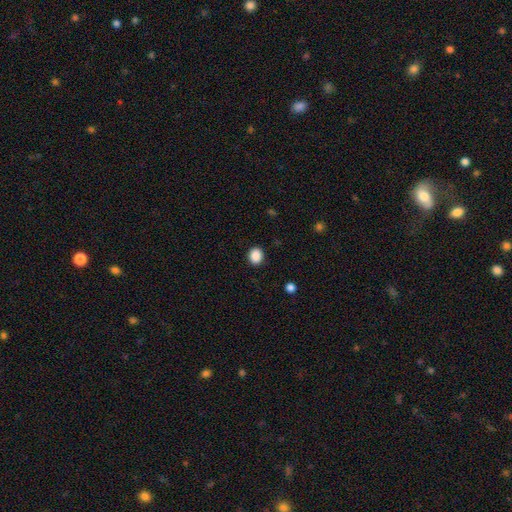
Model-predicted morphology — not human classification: Overall: smooth (89%). How rounded: round (70%). Merging: none (90%).